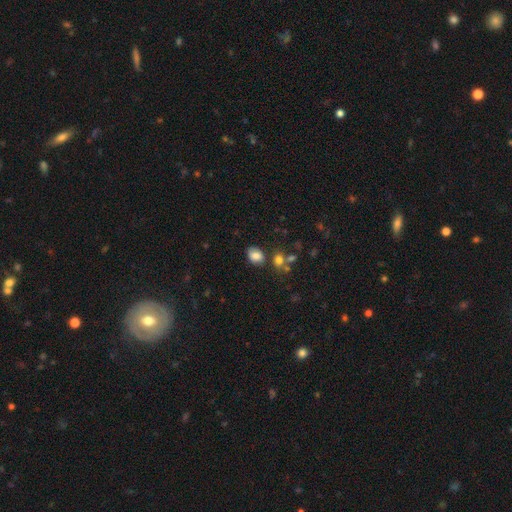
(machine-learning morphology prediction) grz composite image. It shows a smooth galaxy with no disk features (82%) that is in between round and cigar-shaped (67%). Merging: none (69%).